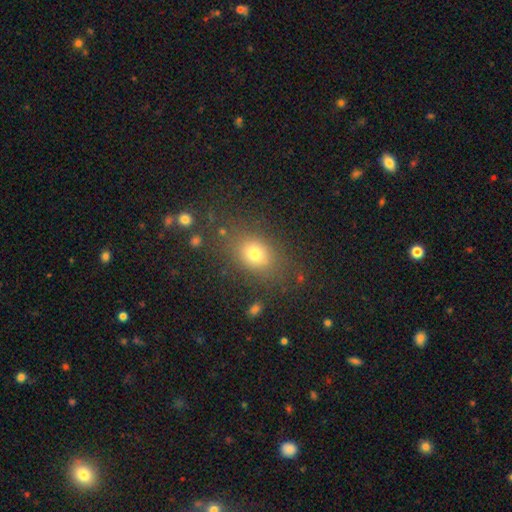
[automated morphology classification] Q: Smooth or featured?
A: smooth (74%); runner-up: star or artifact (15%)
Q: How rounded?
A: in between (65%); runner-up: round (33%)
Q: Merging?
A: none (77%); runner-up: minor disturbance (13%)